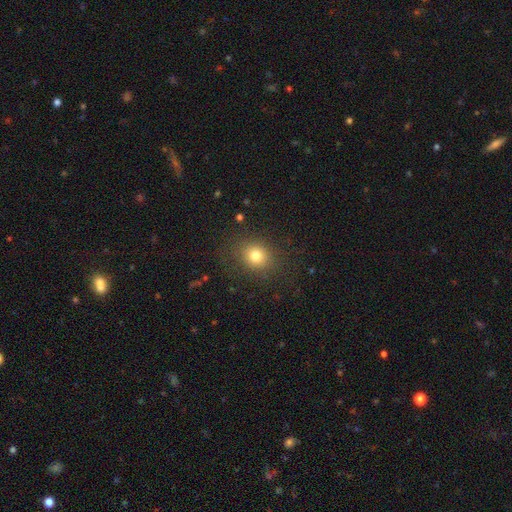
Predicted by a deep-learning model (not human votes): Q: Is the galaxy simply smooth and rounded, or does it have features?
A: smooth — 78%.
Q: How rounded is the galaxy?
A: round — 69%.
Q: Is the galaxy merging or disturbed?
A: none — 83%.